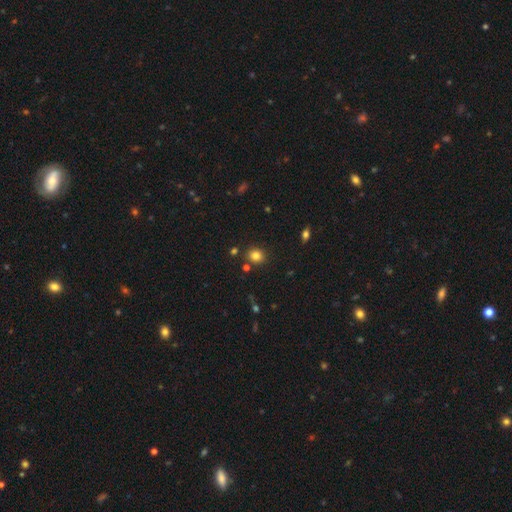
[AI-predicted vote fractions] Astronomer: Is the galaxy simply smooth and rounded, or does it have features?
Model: smooth — 82%.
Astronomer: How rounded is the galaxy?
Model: round — 73%.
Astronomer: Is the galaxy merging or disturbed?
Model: none — 83%.